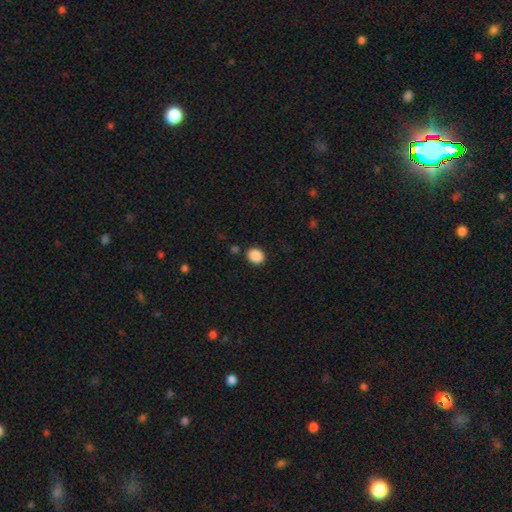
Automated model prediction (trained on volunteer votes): The model was most divided on "how rounded": round: 57%, in between: 42%, cigar-shaped: 1%. More confident: smooth or featured — smooth (89%); merging — none (86%).